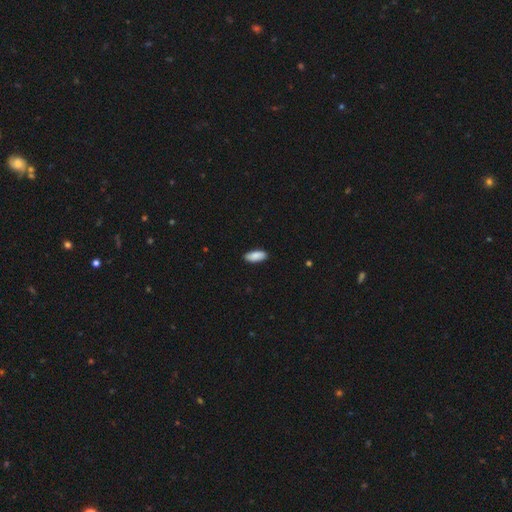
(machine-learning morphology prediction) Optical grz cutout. It shows a smooth galaxy with no disk features (88%) that is in between round and cigar-shaped (87%). Merging: none (89%).